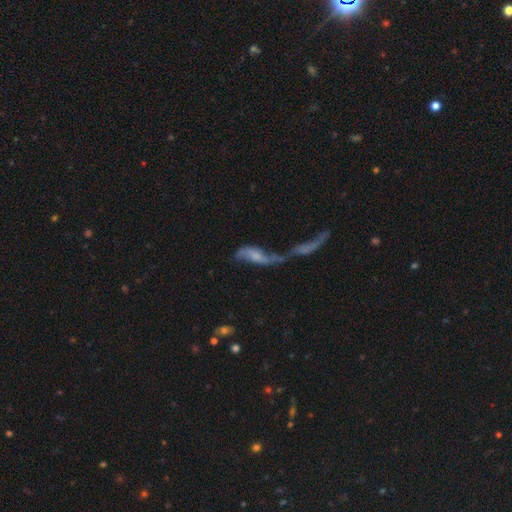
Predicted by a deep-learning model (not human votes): Overall: featured or disk (54%; smooth 35%). Edge-on disk: no (86%). Merging: merger (68%).